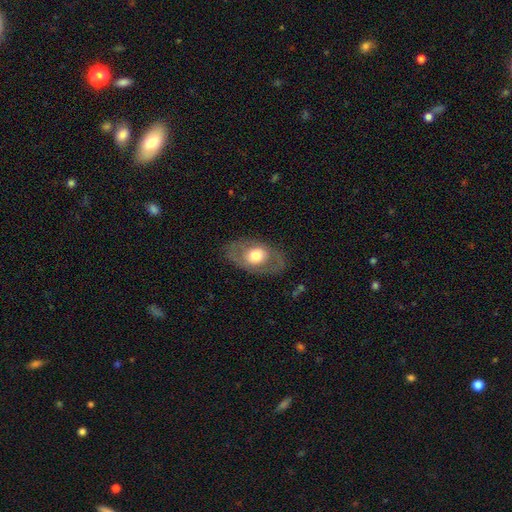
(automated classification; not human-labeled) smooth-or-featured: smooth: 48% | featured or disk: 46% | star or artifact: 6%
  merging: none: 77% | minor disturbance: 14% | major disturbance: 8% | merger: 1%